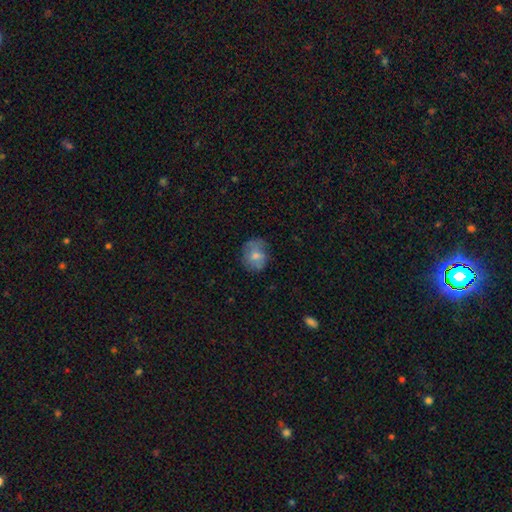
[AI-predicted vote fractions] A smooth galaxy with no disk features (69%) that is round (64%).

Vote fractions:
- Smooth or featured? smooth: 69% / featured or disk: 23% / star or artifact: 8%
- How rounded? round: 64% / in between: 35% / cigar-shaped: 1%
- Merging? none: 62% / minor disturbance: 26% / major disturbance: 10% / merger: 2%